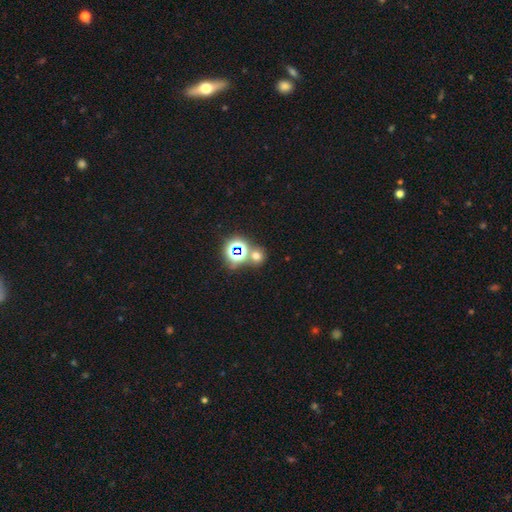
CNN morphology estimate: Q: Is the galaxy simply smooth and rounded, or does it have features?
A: smooth — 53%.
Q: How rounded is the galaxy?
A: round — 81%.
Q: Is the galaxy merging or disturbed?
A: none — 68%.